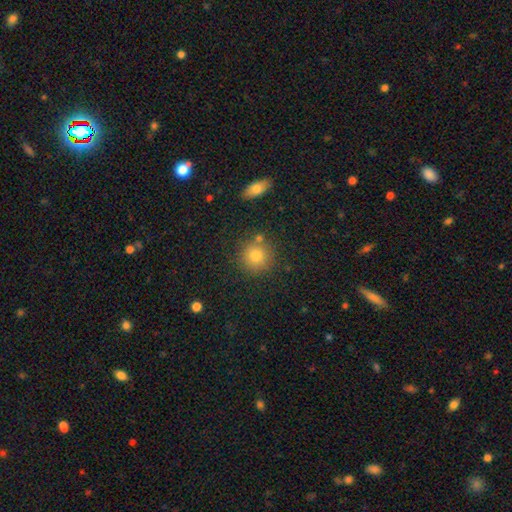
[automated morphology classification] Q: Smooth or featured?
A: smooth (78%); runner-up: star or artifact (13%)
Q: How rounded?
A: round (91%); runner-up: in between (8%)
Q: Merging?
A: none (80%); runner-up: minor disturbance (9%)